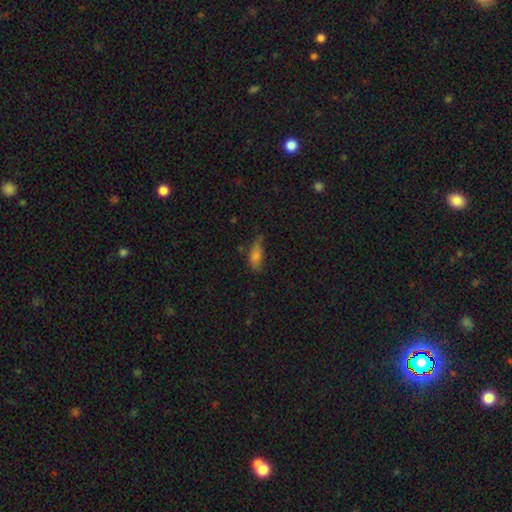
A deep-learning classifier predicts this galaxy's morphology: A smooth galaxy with no disk features (72%) that is in between round and cigar-shaped (66%).

Vote fractions:
- Smooth or featured? smooth: 72% / featured or disk: 16% / star or artifact: 12%
- How rounded? in between: 66% / cigar-shaped: 30% / round: 4%
- Merging? none: 54% / minor disturbance: 32% / major disturbance: 10% / merger: 4%